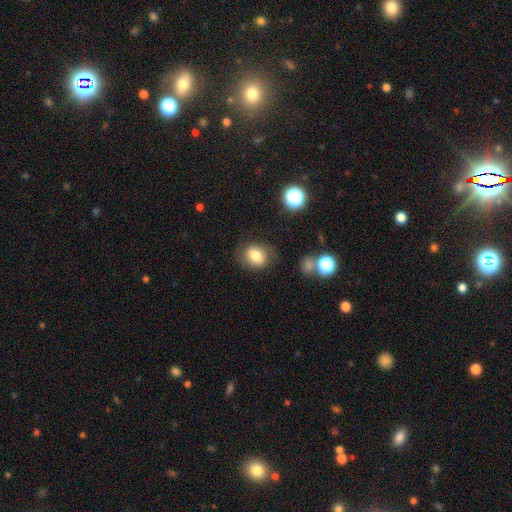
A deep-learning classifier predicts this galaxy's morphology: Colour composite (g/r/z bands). It shows a smooth galaxy with no disk features (77%) that is in between round and cigar-shaped (57%). Merging: none (77%).